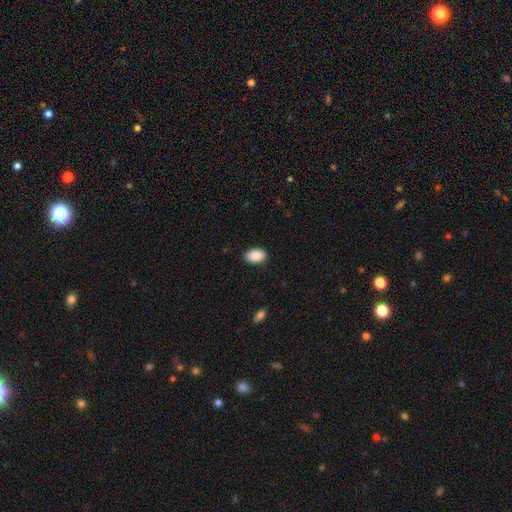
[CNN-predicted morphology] Smooth or featured? smooth (90%)
How rounded? in between (89%)
Merging? none (88%)